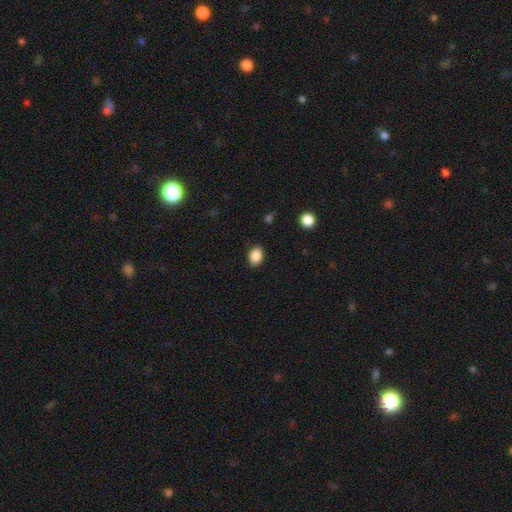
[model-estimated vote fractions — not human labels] A smooth galaxy with no disk features (88%) that is in between round and cigar-shaped (78%). Merging: none (88%).